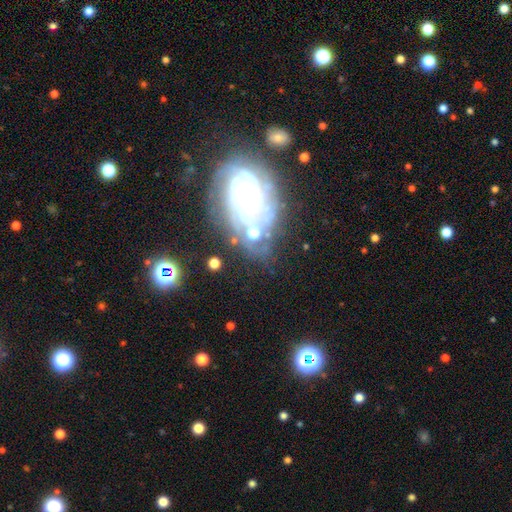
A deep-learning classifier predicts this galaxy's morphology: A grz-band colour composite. It shows a featured or disk galaxy (57%) with no bar (68%), spiral arms (77%) and a small central bulge (52%). Merging: none (63%).